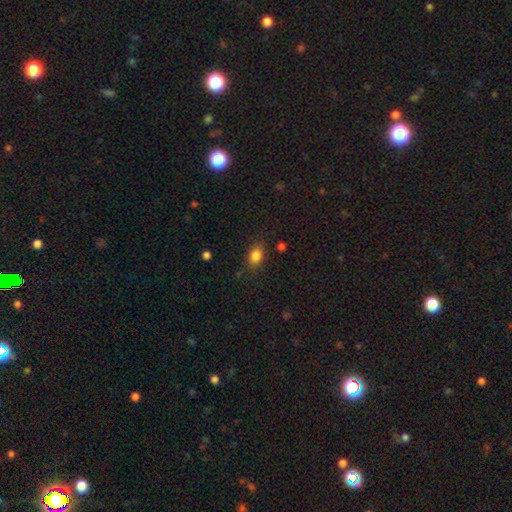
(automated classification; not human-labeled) This is clearly a smooth galaxy (84%). How rounded: likely in between (75%). Merging: likely none (80%).